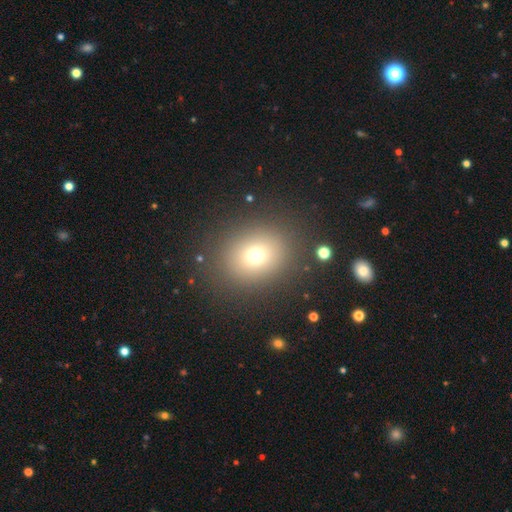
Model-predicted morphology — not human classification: Overall: smooth (70%). How rounded: round (70%). Merging: none (86%).